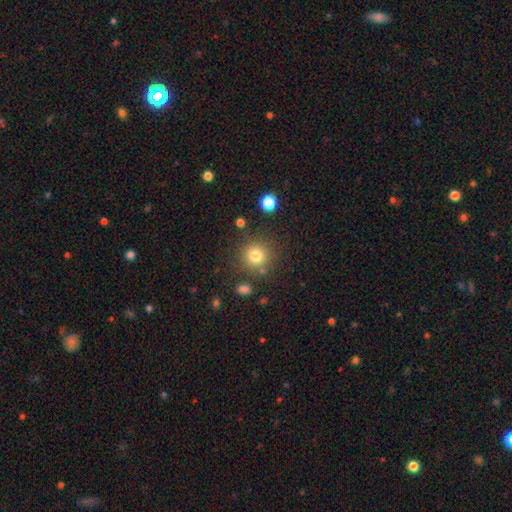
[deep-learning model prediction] Morphology: type=smooth (79%); roundness=round (91%); merging=none (81%).